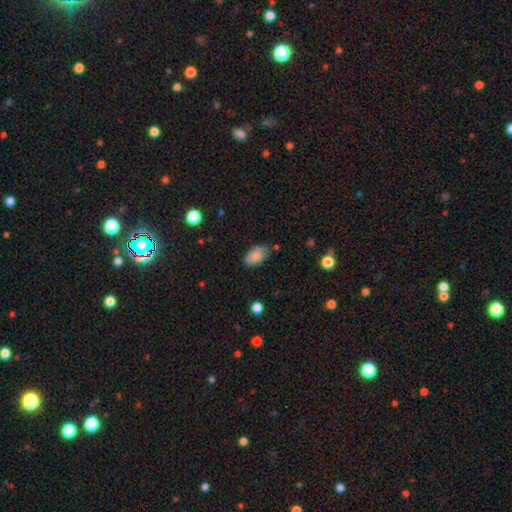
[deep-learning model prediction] smooth_or_featured: smooth (p=0.81) [alt: featured or disk p=0.12]
how_rounded: in between (p=0.93) [alt: round p=0.05]
merging: none (p=0.74) [alt: minor disturbance p=0.20]